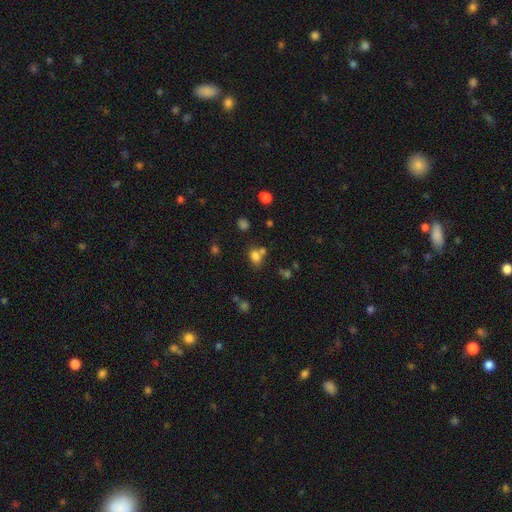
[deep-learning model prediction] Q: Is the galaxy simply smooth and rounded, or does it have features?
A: smooth — 76%.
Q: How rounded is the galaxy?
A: in between — 66%.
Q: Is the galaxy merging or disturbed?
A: none — 54%.